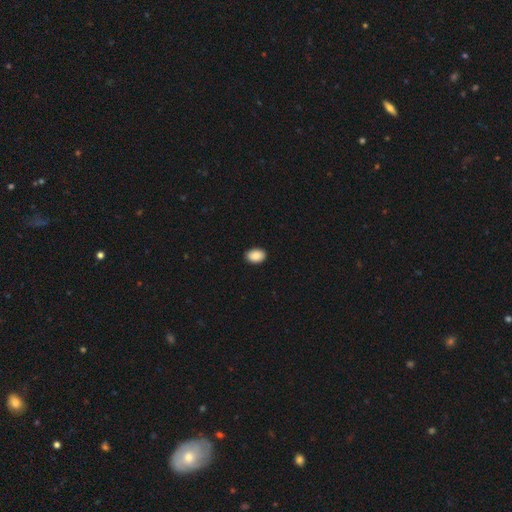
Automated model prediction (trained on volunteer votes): The model was most divided on "how rounded": in between: 83%, round: 16%, cigar-shaped: 1%. More confident: merging — none (90%); smooth or featured — smooth (89%).